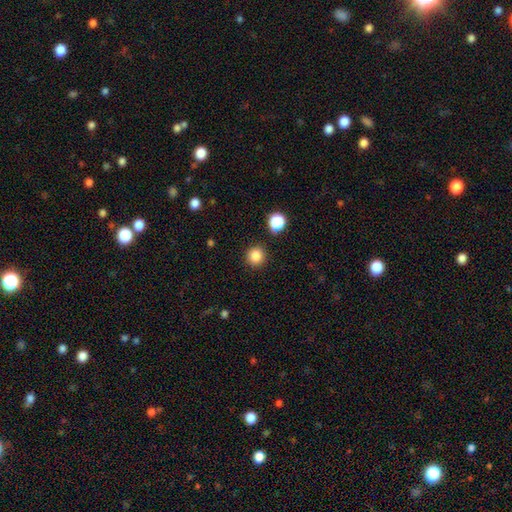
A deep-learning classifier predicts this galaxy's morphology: A smooth galaxy with no disk features (85%) that is round (94%). Merging: none (89%).